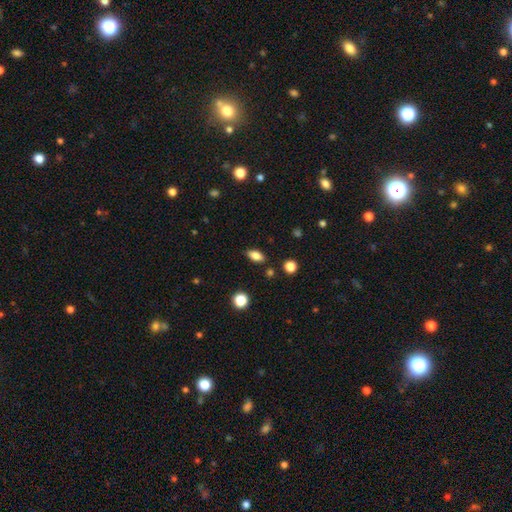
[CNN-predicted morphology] A smooth galaxy with no disk features (80%) that is in between round and cigar-shaped (85%).

Vote fractions:
- Smooth or featured? smooth: 80% / featured or disk: 11% / star or artifact: 9%
- How rounded? in between: 85% / cigar-shaped: 8% / round: 7%
- Merging? none: 84% / minor disturbance: 11% / merger: 3% / major disturbance: 3%